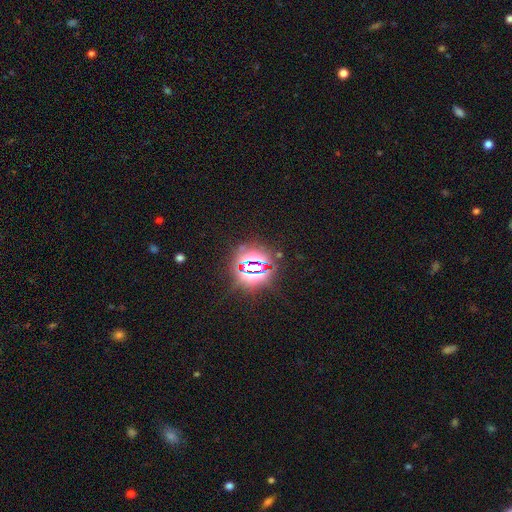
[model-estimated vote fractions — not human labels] Smooth or featured: star or artifact — 81% (smooth — 11%)